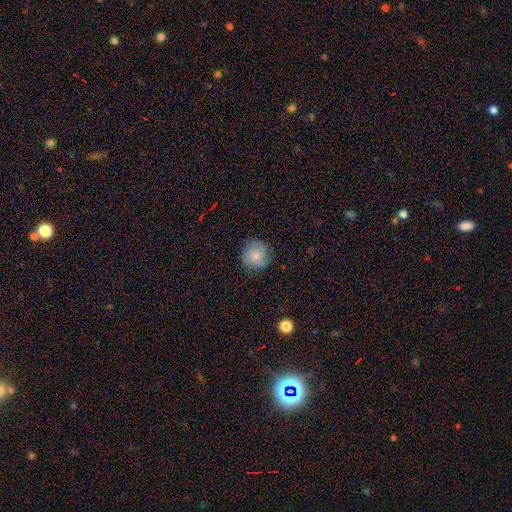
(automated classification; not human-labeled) A smooth galaxy with no disk features (79%) that is round (92%).

Vote fractions:
- Smooth or featured? smooth: 79% / featured or disk: 12% / star or artifact: 9%
- How rounded? round: 92% / in between: 7% / cigar-shaped: 1%
- Merging? none: 82% / minor disturbance: 14% / major disturbance: 3% / merger: 1%